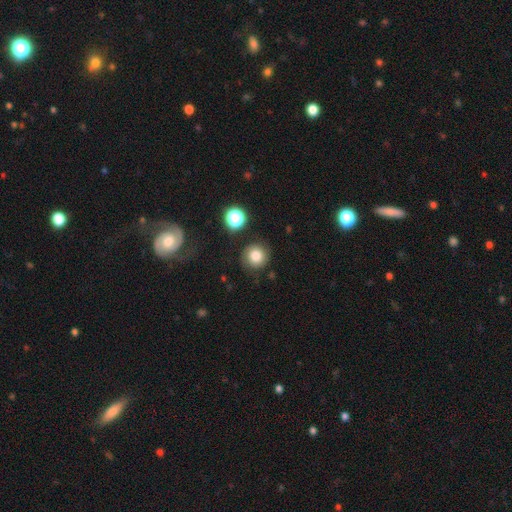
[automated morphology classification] A smooth galaxy with no disk features (77%) that is round (92%).

Vote fractions:
- Smooth or featured? smooth: 77% / star or artifact: 12% / featured or disk: 11%
- How rounded? round: 92% / in between: 7% / cigar-shaped: 1%
- Merging? none: 81% / minor disturbance: 11% / major disturbance: 5% / merger: 3%